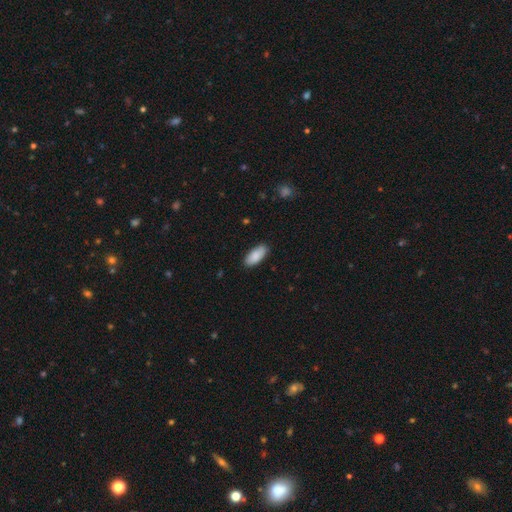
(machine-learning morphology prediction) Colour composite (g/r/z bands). It shows a smooth galaxy with no disk features (88%) that is in between round and cigar-shaped (87%). Merging: none (88%).